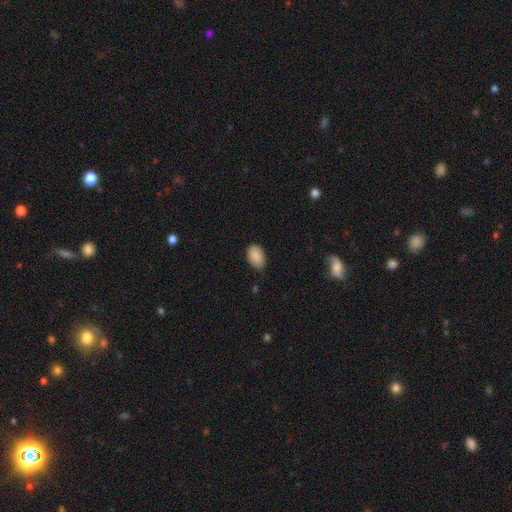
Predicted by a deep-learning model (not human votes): Overall: smooth (89%). How rounded: in between (89%). Merging: none (75%).